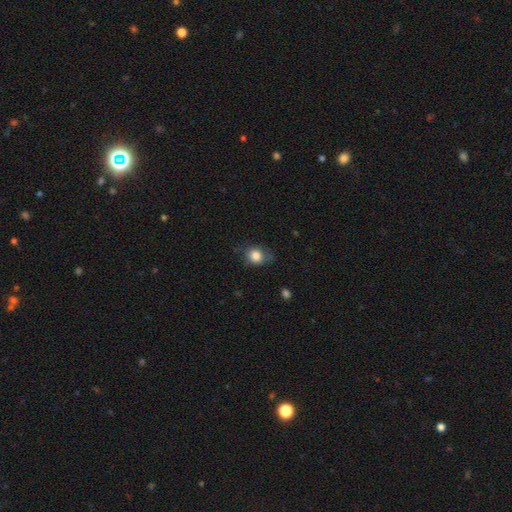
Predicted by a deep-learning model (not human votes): This is clearly a smooth galaxy (81%). How rounded: likely round (60%). Merging: likely none (65%).